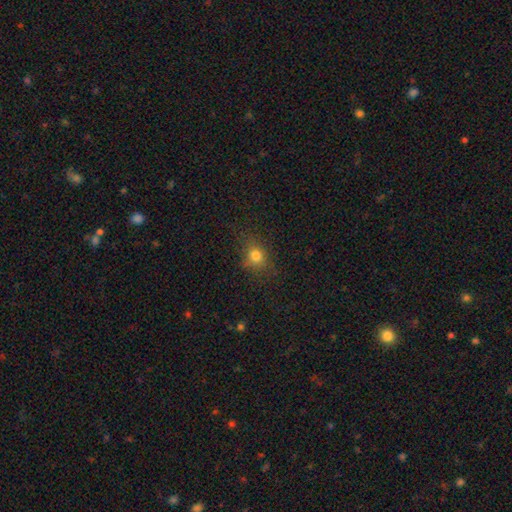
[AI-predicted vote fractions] A smooth galaxy with no disk features (76%) that is round (65%).

Vote fractions:
- Smooth or featured? smooth: 76% / star or artifact: 16% / featured or disk: 8%
- How rounded? round: 65% / in between: 33% / cigar-shaped: 2%
- Merging? none: 77% / minor disturbance: 15% / major disturbance: 6% / merger: 2%